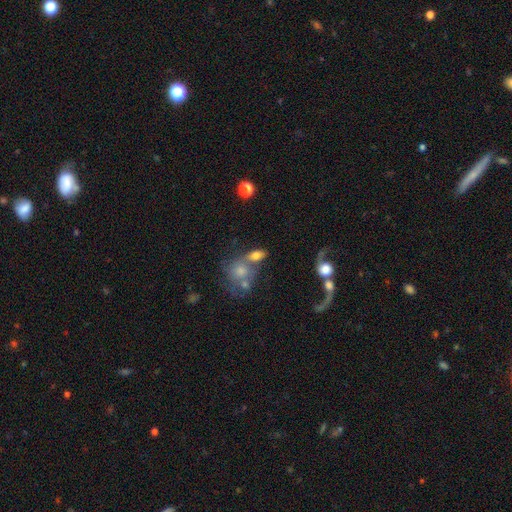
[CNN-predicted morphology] Q: Smooth or featured?
A: smooth (69%); runner-up: featured or disk (20%)
Q: How rounded?
A: in between (76%); runner-up: round (17%)
Q: Merging?
A: none (39%); runner-up: merger (38%)